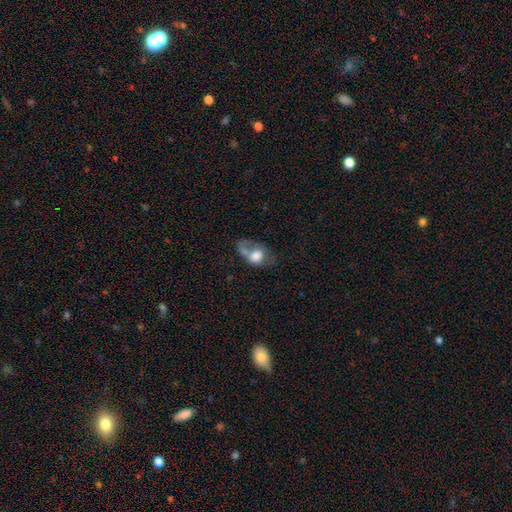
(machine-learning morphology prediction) The model was most divided on "merging": merger: 31%, major disturbance: 30%, none: 21%, minor disturbance: 18%. More confident: how rounded — in between (67%); smooth or featured — smooth (63%).